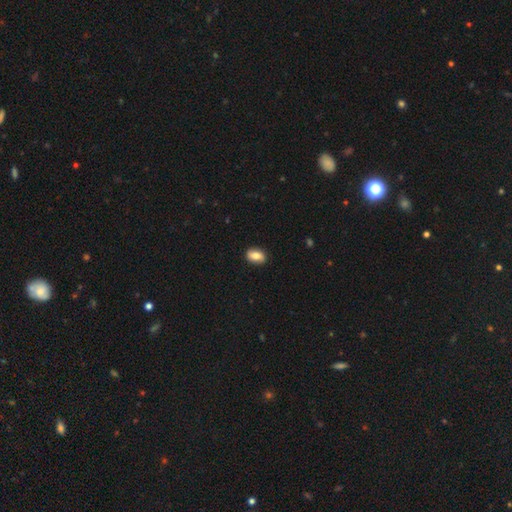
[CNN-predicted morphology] A smooth galaxy with no disk features (79%) that is in between round and cigar-shaped (87%).

Vote fractions:
- Smooth or featured? smooth: 79% / featured or disk: 14% / star or artifact: 7%
- How rounded? in between: 87% / round: 11% / cigar-shaped: 3%
- Merging? none: 88% / minor disturbance: 9% / major disturbance: 2% / merger: 1%